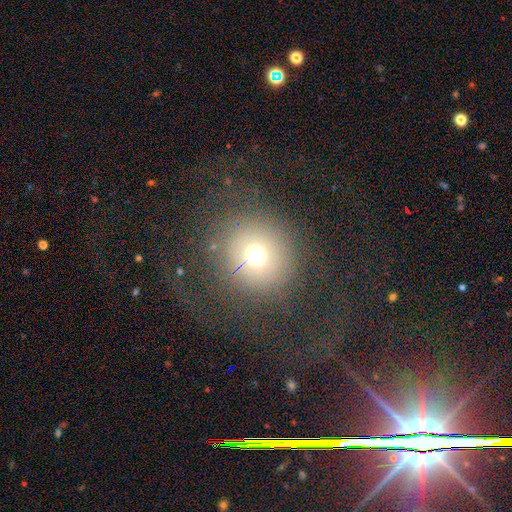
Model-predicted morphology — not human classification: Smooth or featured? smooth (64%)
How rounded? round (93%)
Merging? none (80%)